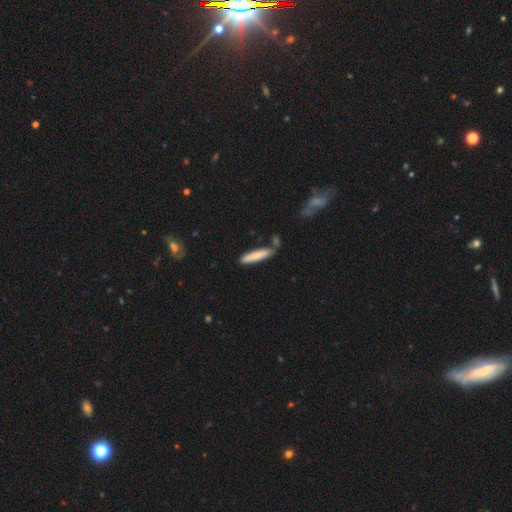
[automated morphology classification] Smooth or featured? Predicted: smooth (p=0.78). How rounded? Predicted: cigar-shaped (p=0.88). Merging? Predicted: none (p=0.70).